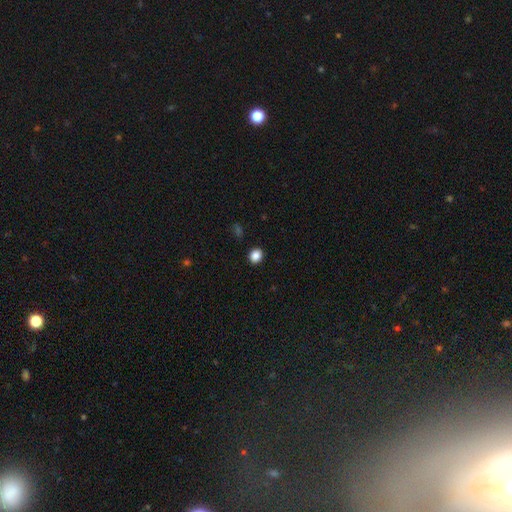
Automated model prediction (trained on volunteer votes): Smooth or featured: smooth — 87% (star or artifact — 10%)
How rounded: round — 72% (in between — 27%)
Merging: none — 92% (minor disturbance — 5%)